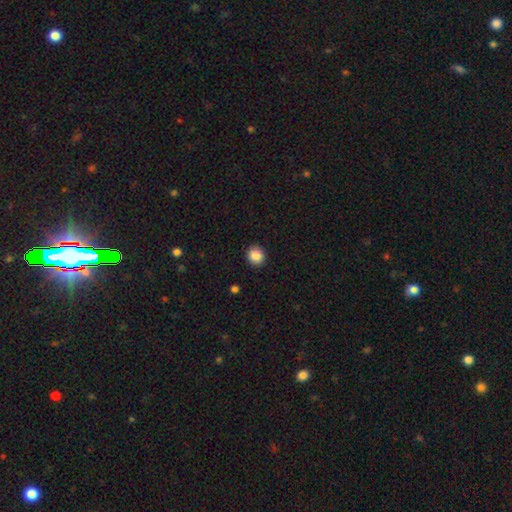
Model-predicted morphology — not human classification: Smooth or featured?
  - smooth: 88% *
  - star or artifact: 9%
  - featured or disk: 3%
How rounded?
  - round: 83% *
  - in between: 16%
  - cigar-shaped: 1%
Merging?
  - none: 91% *
  - minor disturbance: 6%
  - major disturbance: 2%
  - merger: 1%